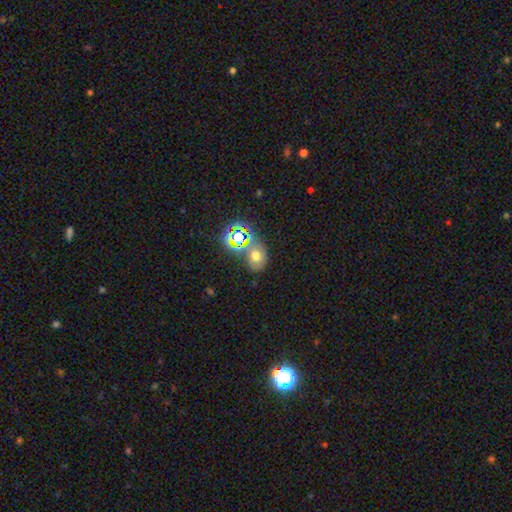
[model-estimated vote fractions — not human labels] Smooth or featured: smooth — 52% (star or artifact — 29%)
How rounded: in between — 61% (round — 38%)
Merging: none — 55% (merger — 20%)